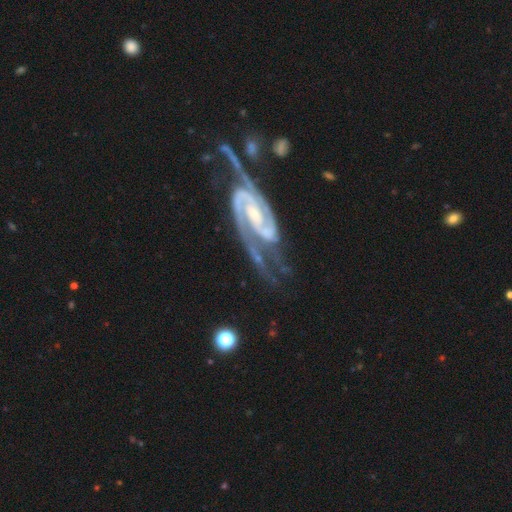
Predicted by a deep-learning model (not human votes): The model was most divided on "bar": weak: 42%, strong: 35%, no: 23%. More confident: spiral arms — yes (98%); edge-on disk — no (95%); smooth or featured — featured or disk (92%); spiral arm count — 2 (84%); bulge size — small (58%); merging — none (51%); spiral winding — medium (50%).